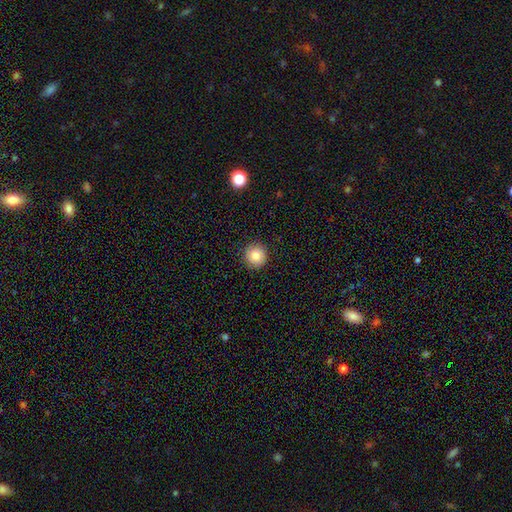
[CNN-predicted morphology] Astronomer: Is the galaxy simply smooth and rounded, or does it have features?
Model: smooth — 82%.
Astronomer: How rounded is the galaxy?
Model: round — 95%.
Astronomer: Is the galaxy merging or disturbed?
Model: none — 90%.